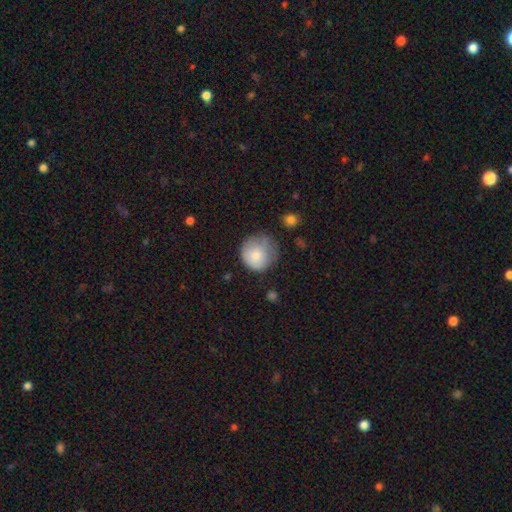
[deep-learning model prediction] Smooth or featured?
  - smooth: 79% *
  - featured or disk: 13%
  - star or artifact: 7%
How rounded?
  - round: 88% *
  - in between: 11%
  - cigar-shaped: 1%
Merging?
  - none: 50% *
  - minor disturbance: 33%
  - major disturbance: 14%
  - merger: 3%